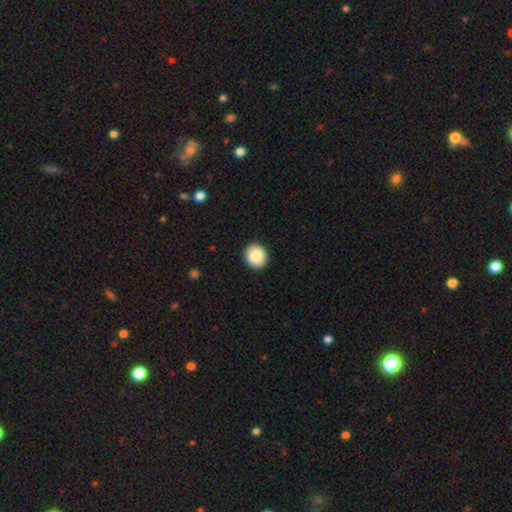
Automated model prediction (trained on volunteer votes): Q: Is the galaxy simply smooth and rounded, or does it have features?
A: smooth — 86%.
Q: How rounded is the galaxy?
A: round — 76%.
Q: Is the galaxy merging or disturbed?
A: none — 91%.